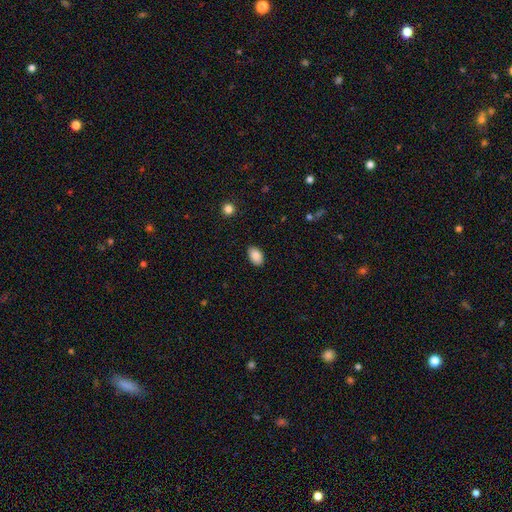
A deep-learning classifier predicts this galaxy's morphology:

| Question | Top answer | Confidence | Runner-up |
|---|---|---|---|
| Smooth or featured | smooth | 88% | star or artifact (8%) |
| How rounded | in between | 91% | round (7%) |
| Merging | none | 88% | minor disturbance (9%) |